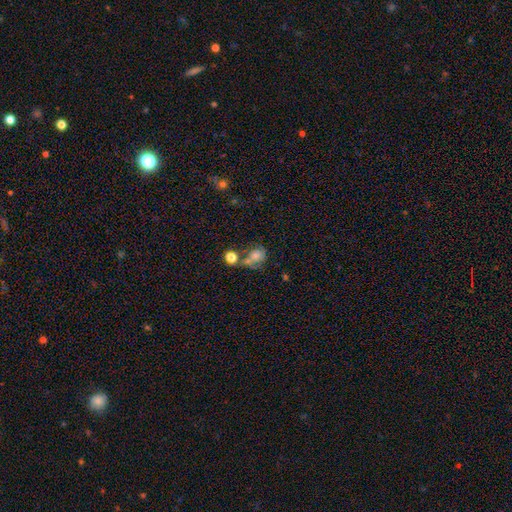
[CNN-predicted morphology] smooth 59%, featured or disk 28%, star or artifact 13%. Down the decision tree: how rounded — round (62%); merging — none (34%).